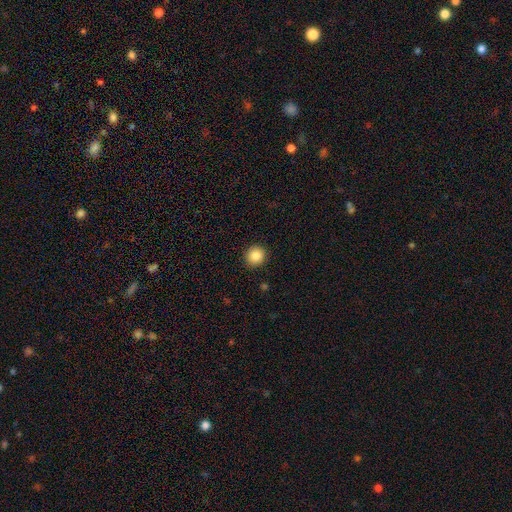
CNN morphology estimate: Smooth or featured? smooth (87%)
How rounded? round (90%)
Merging? none (91%)